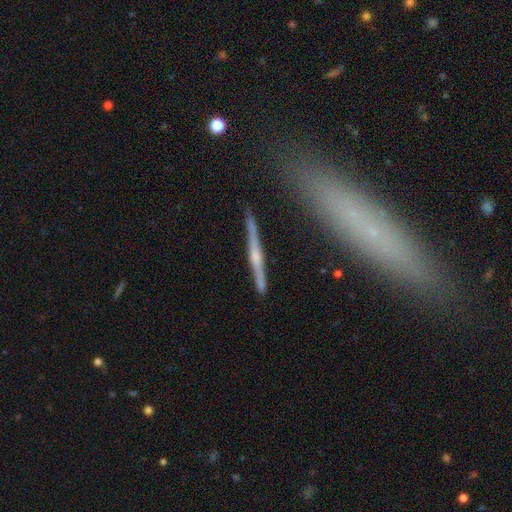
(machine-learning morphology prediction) type=featured or disk (72%); edge-on=yes (96%); edge-on bulge=rounded (69%); merging=none (83%).